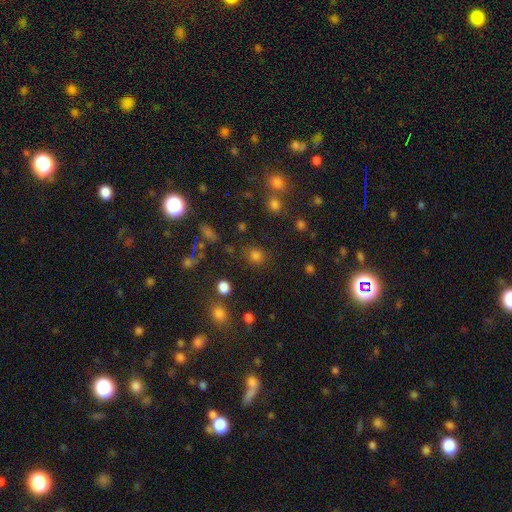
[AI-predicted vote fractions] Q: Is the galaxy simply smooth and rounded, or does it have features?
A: smooth — 70%.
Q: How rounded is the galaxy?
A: round — 81%.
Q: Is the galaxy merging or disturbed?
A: none — 81%.